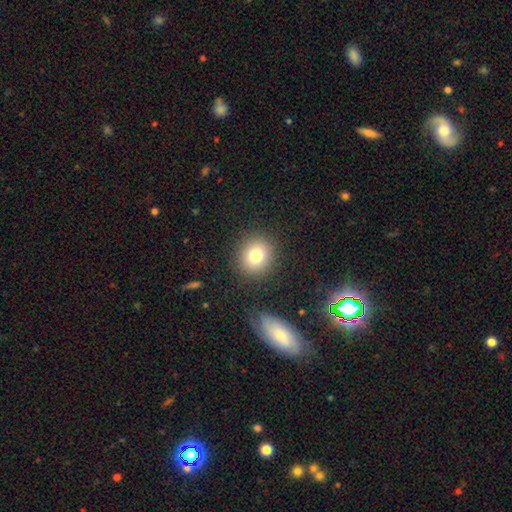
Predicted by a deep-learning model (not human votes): Morphology: type=smooth (79%); roundness=round (83%); merging=none (87%).